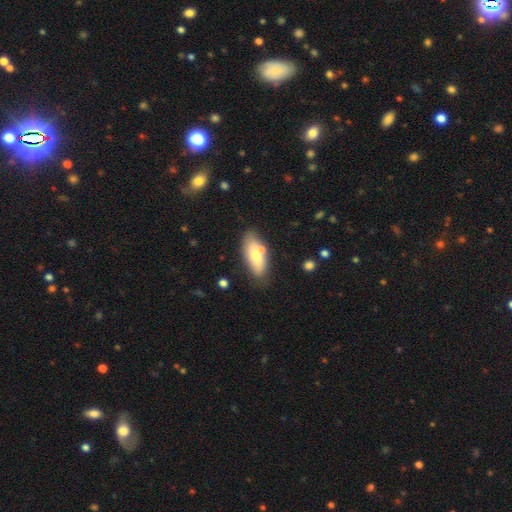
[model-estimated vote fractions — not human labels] Q: Smooth or featured?
A: smooth (70%); runner-up: featured or disk (24%)
Q: How rounded?
A: in between (80%); runner-up: cigar-shaped (17%)
Q: Merging?
A: none (68%); runner-up: minor disturbance (16%)